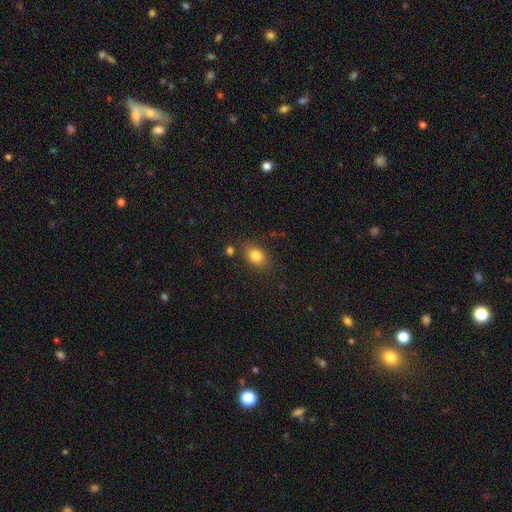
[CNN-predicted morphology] Smooth or featured? smooth (83%)
How rounded? in between (73%)
Merging? none (79%)